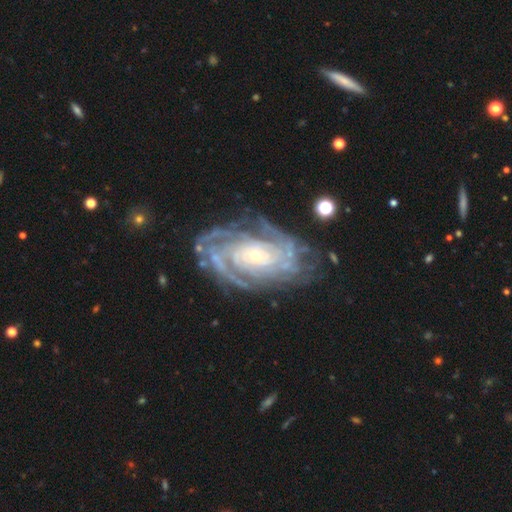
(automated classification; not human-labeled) The model was most divided on "spiral arm count": can't tell: 26%, 4: 23%, 3: 17%, more than 4: 14%, 2: 13%, 1: 7%. More confident: spiral arms — yes (98%); edge-on disk — no (96%); smooth or featured — featured or disk (90%); spiral winding — tight (75%); merging — none (74%); bulge size — small (71%); bar — no (67%).